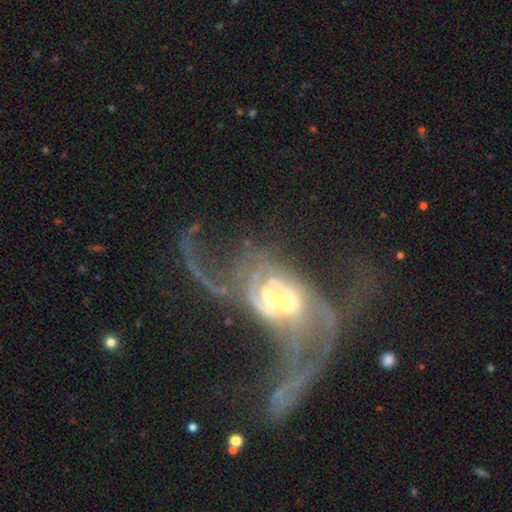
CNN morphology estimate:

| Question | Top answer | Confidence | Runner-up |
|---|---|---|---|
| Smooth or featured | featured or disk | 79% | smooth (12%) |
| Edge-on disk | no | 96% | yes (4%) |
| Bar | no | 62% | weak (27%) |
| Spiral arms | yes | 75% | no (25%) |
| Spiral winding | loose | 65% | medium (24%) |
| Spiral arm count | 2 | 43% | can't tell (27%) |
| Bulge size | moderate | 60% | small (22%) |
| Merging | merger | 68% | major disturbance (21%) |